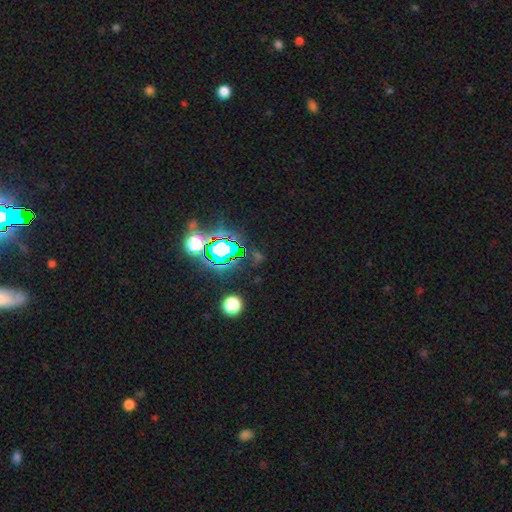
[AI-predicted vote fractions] Smooth or featured: star or artifact — 71% (smooth — 18%)